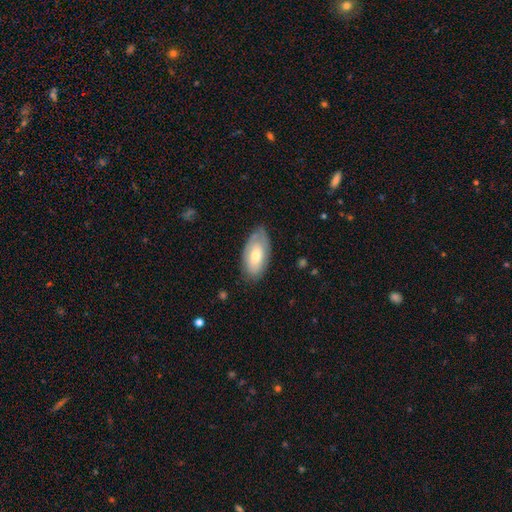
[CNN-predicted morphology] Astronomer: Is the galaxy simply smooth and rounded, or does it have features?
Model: smooth — 62%.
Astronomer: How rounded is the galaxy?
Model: in between — 94%.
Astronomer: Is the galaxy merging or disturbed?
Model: none — 72%.